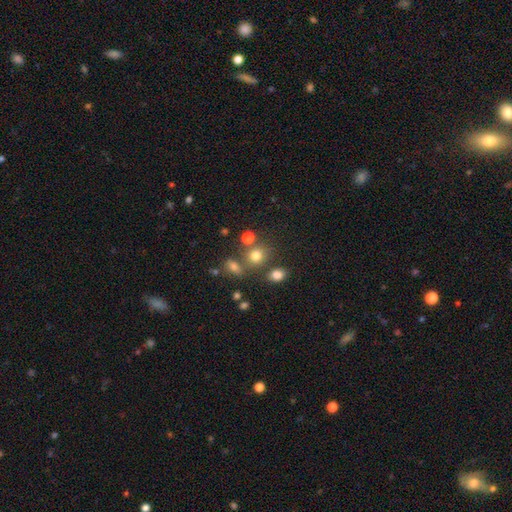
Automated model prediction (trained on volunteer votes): smooth-or-featured: smooth: 74% | star or artifact: 17% | featured or disk: 9%
  how-rounded: round: 74% | in between: 24% | cigar-shaped: 1%
  merging: none: 65% | merger: 19% | minor disturbance: 11% | major disturbance: 5%